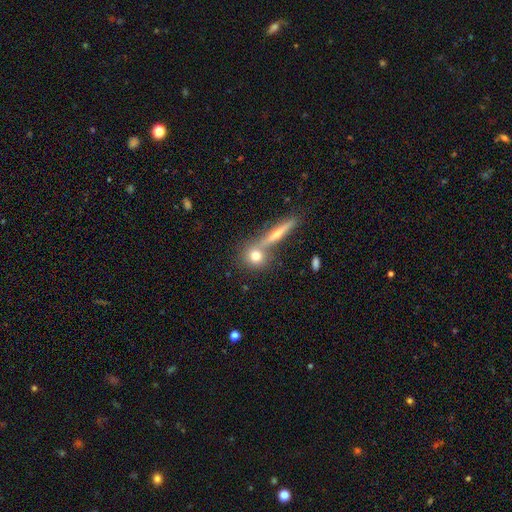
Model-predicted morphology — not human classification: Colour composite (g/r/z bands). It shows a smooth galaxy with no disk features (73%) that is round (77%). Merging: none (60%).